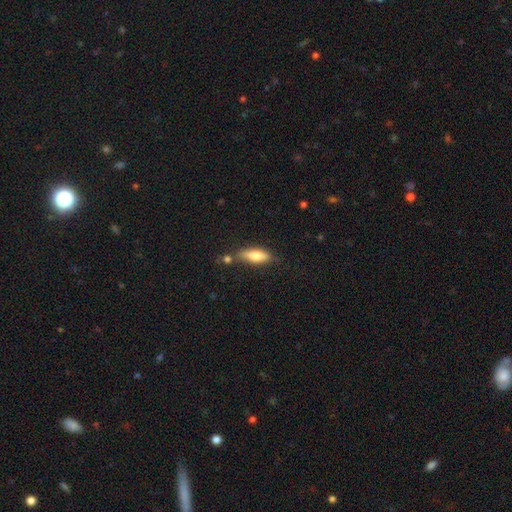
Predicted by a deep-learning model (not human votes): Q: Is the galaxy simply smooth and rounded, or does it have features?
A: smooth — 67%.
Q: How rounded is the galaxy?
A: in between — 51%.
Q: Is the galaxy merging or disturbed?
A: none — 65%.